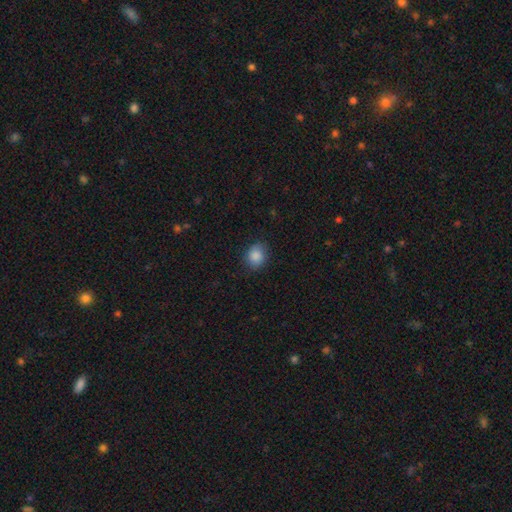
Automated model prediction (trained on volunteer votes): smooth 87%, star or artifact 9%, featured or disk 5%. Down the decision tree: how rounded — round (64%); merging — none (83%).